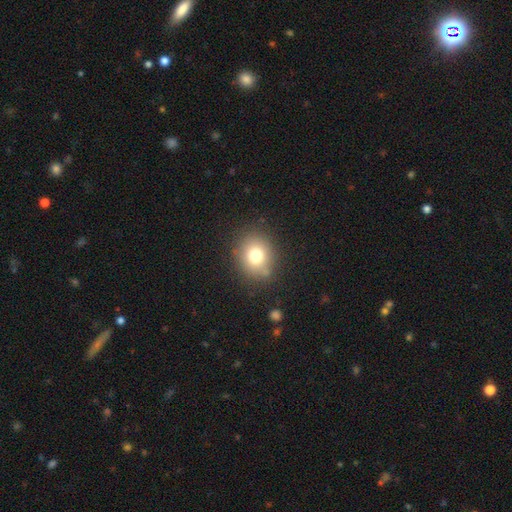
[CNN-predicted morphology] Smooth or featured? smooth (74%)
How rounded? round (73%)
Merging? none (81%)